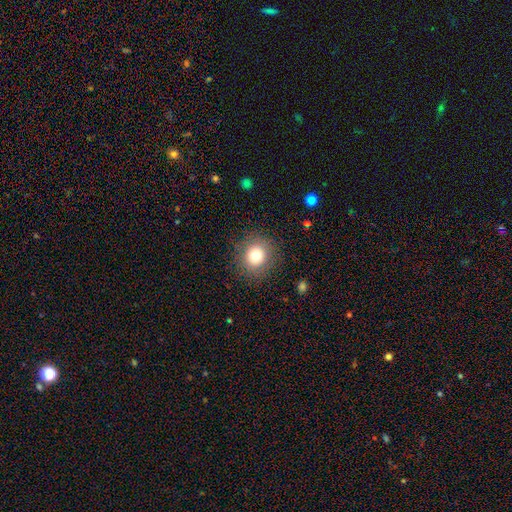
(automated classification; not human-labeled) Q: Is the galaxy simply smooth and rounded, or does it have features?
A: smooth — 77%.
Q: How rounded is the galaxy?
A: round — 89%.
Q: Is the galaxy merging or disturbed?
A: none — 88%.